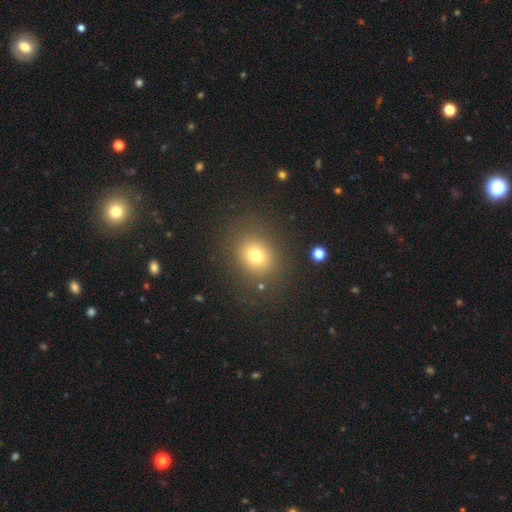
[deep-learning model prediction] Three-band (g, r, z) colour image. It shows a smooth galaxy with no disk features (73%) that is round (67%). Merging: none (82%).